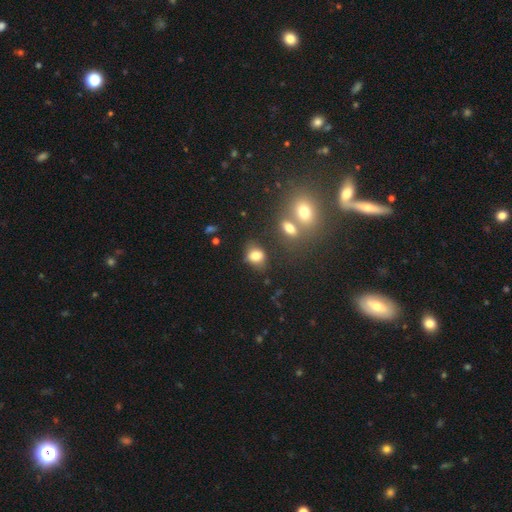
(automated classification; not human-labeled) smooth_or_featured: smooth (p=0.78) [alt: star or artifact p=0.12]
how_rounded: in between (p=0.59) [alt: round p=0.39]
merging: none (p=0.61) [alt: minor disturbance p=0.21]